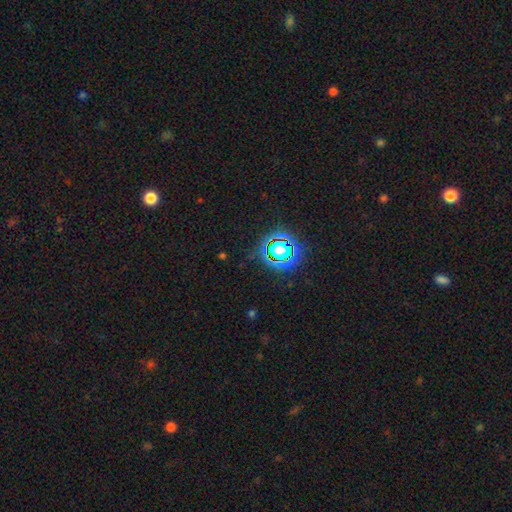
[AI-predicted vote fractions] This appears to be a star or artifact, not a galaxy (80%).